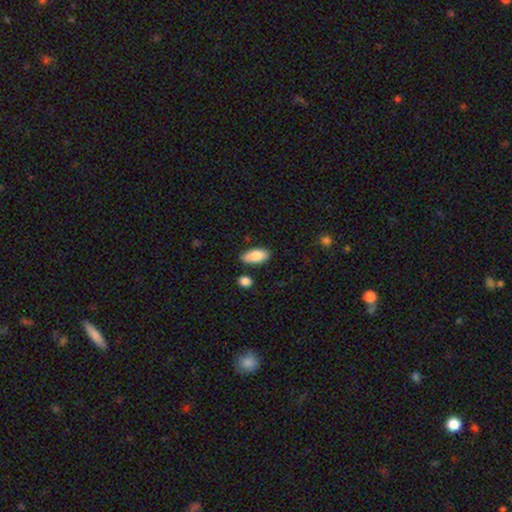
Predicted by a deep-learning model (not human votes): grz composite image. It shows a smooth galaxy with no disk features (84%) that is in between round and cigar-shaped (89%). Merging: none (78%).